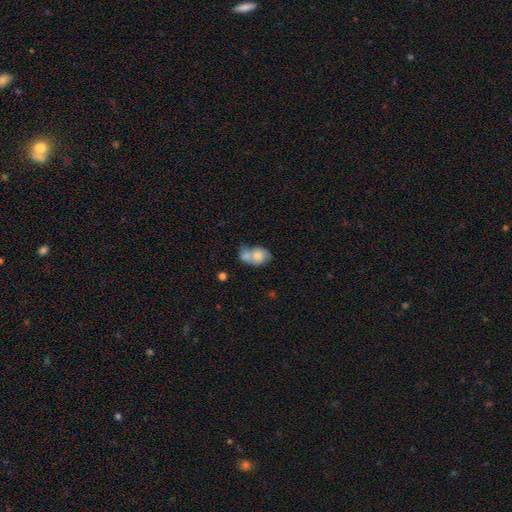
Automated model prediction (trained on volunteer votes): Smooth or featured? smooth (70%)
How rounded? in between (57%)
Merging? merger (62%)